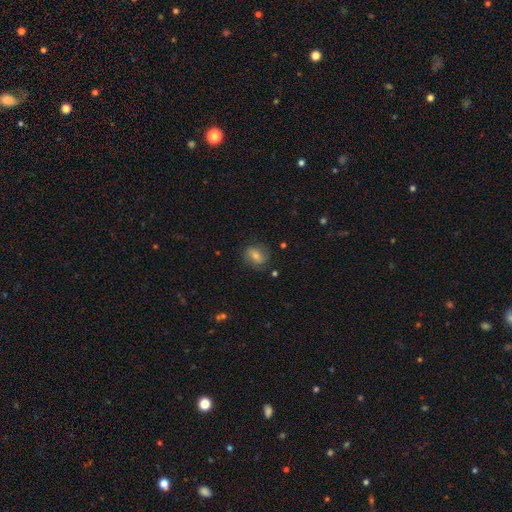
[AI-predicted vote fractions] Q: Smooth or featured?
A: smooth (61%); runner-up: featured or disk (29%)
Q: How rounded?
A: round (51%); runner-up: in between (47%)
Q: Merging?
A: none (76%); runner-up: minor disturbance (17%)